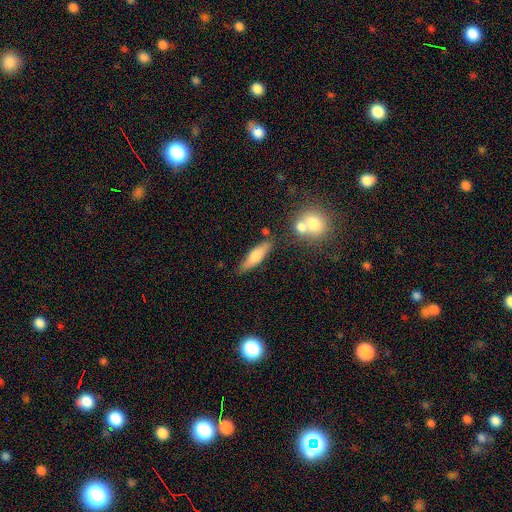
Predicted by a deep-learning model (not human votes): This is likely a smooth galaxy (64%). How rounded: likely cigar-shaped (66%). Merging: likely none (76%).